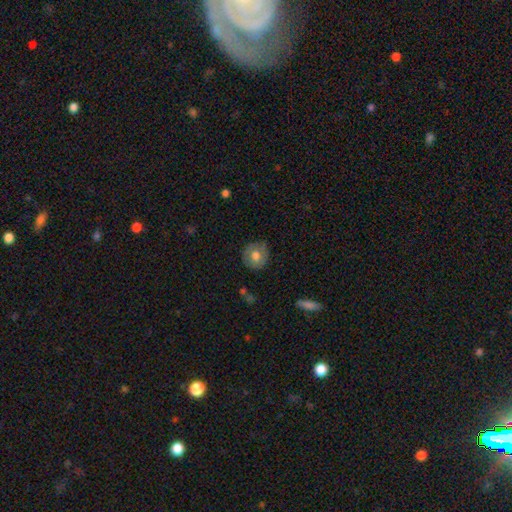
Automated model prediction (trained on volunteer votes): This is likely a smooth galaxy (67%). How rounded: clearly round (87%). Merging: likely none (79%).